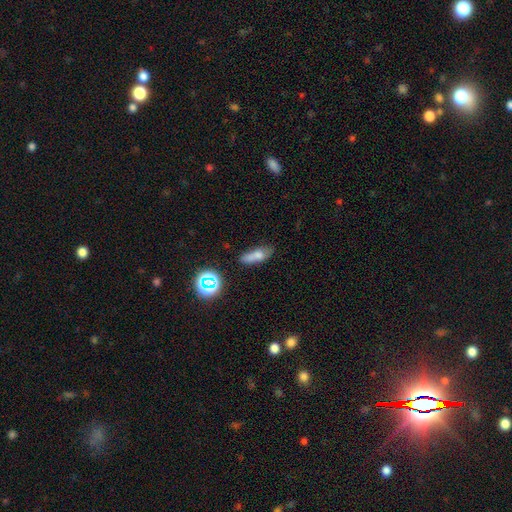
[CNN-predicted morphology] The model was most divided on "how rounded": in between: 56%, cigar-shaped: 37%, round: 8%. Remaining: smooth or featured — smooth (70%); merging — none (49%).